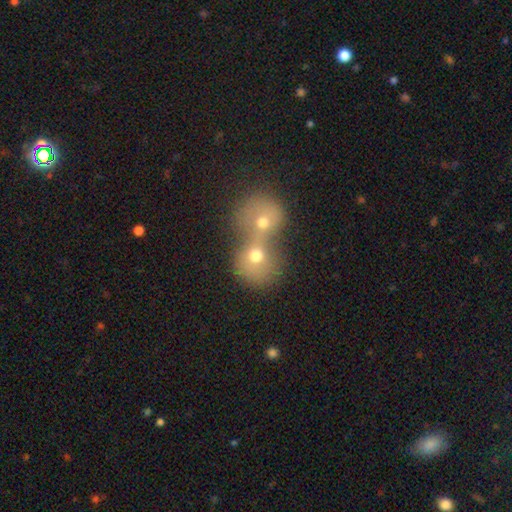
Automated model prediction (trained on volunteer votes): A smooth galaxy with no disk features (66%) that is round (77%). Merging: merger (77%).